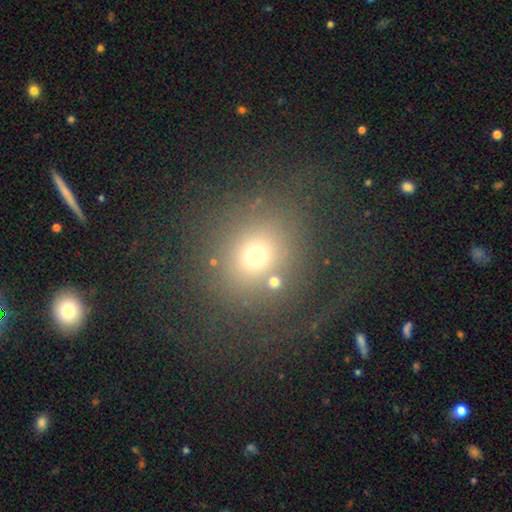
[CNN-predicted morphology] Smooth or featured? Predicted: smooth (p=0.61). How rounded? Predicted: round (p=0.84). Merging? Predicted: none (p=0.60).